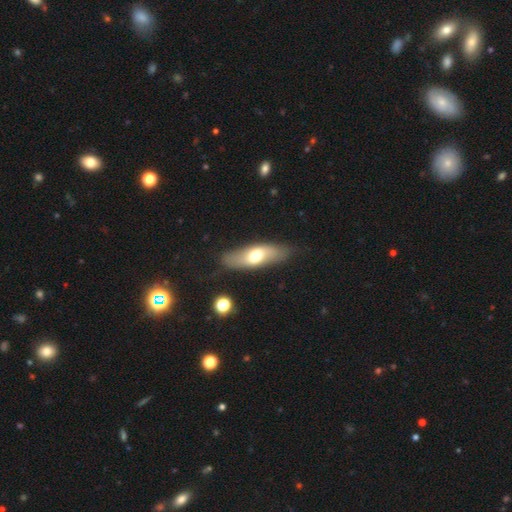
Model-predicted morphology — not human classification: type=smooth (57%); roundness=in between (64%); merging=none (78%).